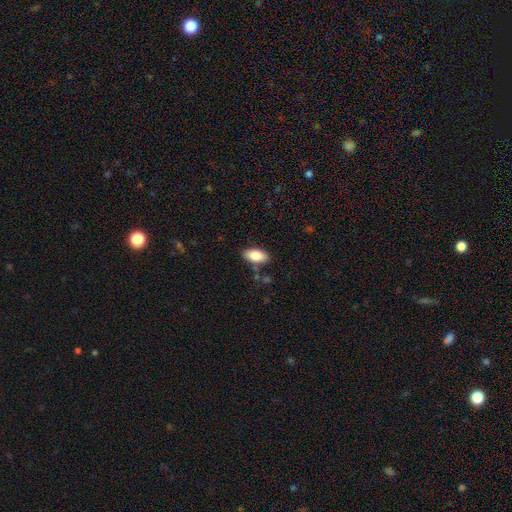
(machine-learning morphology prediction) The model was most divided on "merging": none: 82%, minor disturbance: 12%, merger: 3%, major disturbance: 3%. More confident: how rounded — in between (92%); smooth or featured — smooth (84%).